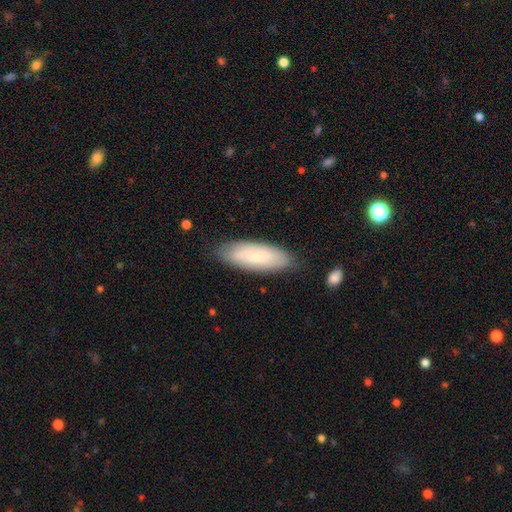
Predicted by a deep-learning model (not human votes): Smooth or featured? smooth (71%)
How rounded? in between (66%)
Merging? none (82%)